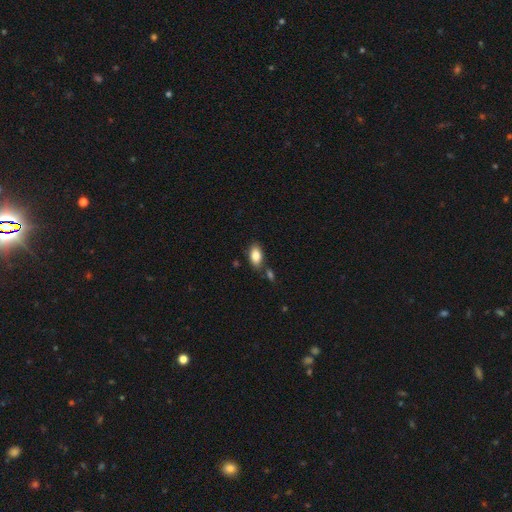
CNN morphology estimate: Smooth or featured? Predicted: smooth (p=0.85). How rounded? Predicted: in between (p=0.92). Merging? Predicted: none (p=0.76).